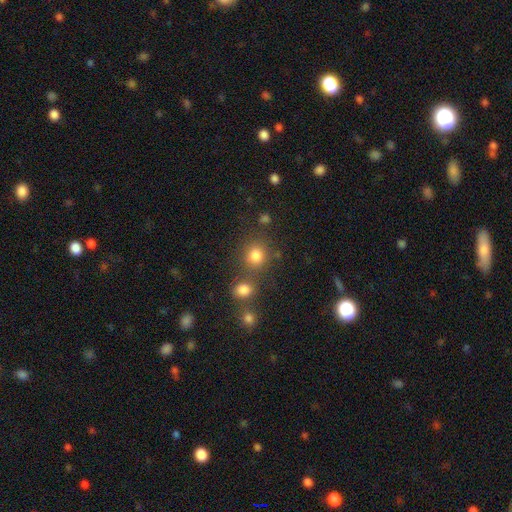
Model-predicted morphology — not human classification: Smooth or featured? smooth (80%)
How rounded? round (84%)
Merging? none (68%)